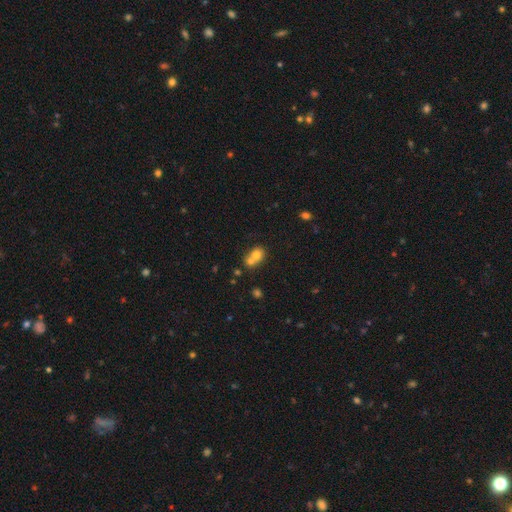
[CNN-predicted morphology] This is likely a smooth galaxy (73%). How rounded: likely round (69%). Merging: likely merger (63%).